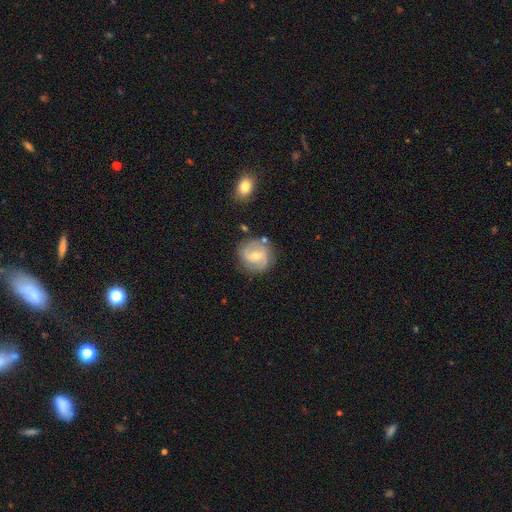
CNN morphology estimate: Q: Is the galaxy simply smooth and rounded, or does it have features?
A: featured or disk — 66%.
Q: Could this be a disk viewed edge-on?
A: no — 97%.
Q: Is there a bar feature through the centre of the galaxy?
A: weak — 49%.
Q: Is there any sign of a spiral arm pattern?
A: yes — 88%.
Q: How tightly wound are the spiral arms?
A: medium — 46%.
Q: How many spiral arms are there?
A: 2 — 74%.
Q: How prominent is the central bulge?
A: small — 51%.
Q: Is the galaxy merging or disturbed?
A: none — 75%.